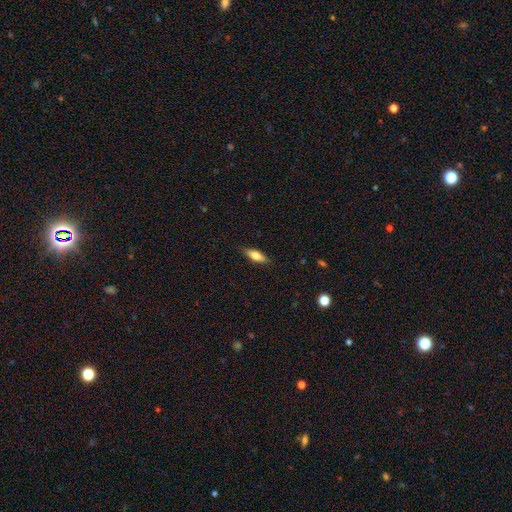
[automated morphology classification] Smooth or featured? Predicted: smooth (p=0.67). How rounded? Predicted: in between (p=0.57). Merging? Predicted: none (p=0.87).